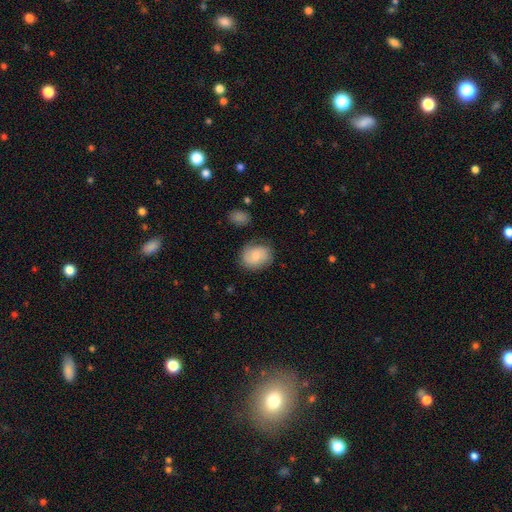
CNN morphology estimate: Q: Smooth or featured?
A: smooth (58%); runner-up: featured or disk (34%)
Q: How rounded?
A: in between (50%); runner-up: round (49%)
Q: Merging?
A: none (73%); runner-up: minor disturbance (18%)